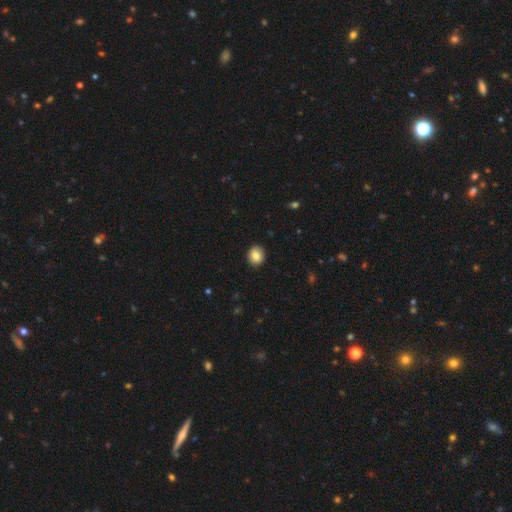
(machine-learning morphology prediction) Smooth or featured: smooth — 84% (star or artifact — 8%)
How rounded: round — 77% (in between — 22%)
Merging: none — 90% (minor disturbance — 7%)